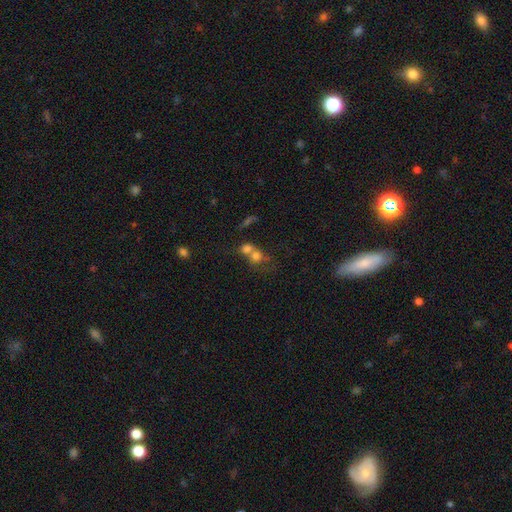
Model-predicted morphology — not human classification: The model was most divided on "merging": merger: 63%, none: 24%, minor disturbance: 7%, major disturbance: 7%. More confident: how rounded — round (70%); smooth or featured — smooth (69%).